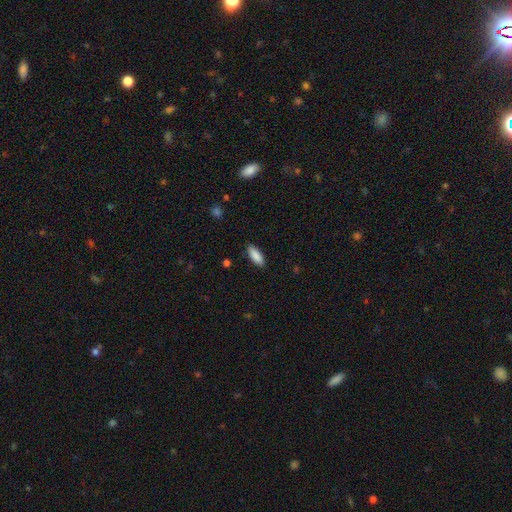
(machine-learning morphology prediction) smooth-or-featured: smooth: 89% | star or artifact: 6% | featured or disk: 5%
  how-rounded: in between: 74% | cigar-shaped: 24% | round: 2%
  merging: none: 88% | minor disturbance: 9% | major disturbance: 2% | merger: 1%